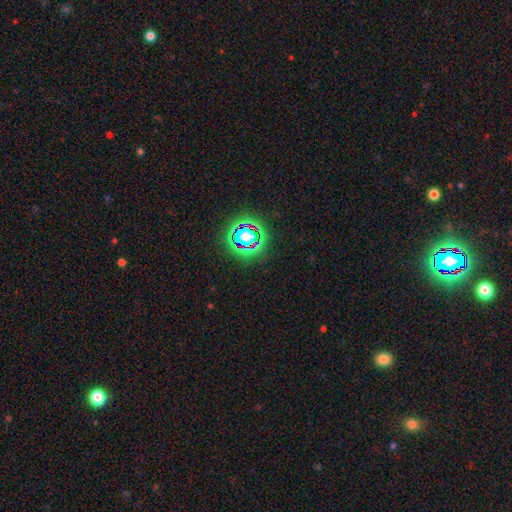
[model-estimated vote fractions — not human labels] A star or artifact, not a galaxy (80%).

Vote fractions:
- Smooth or featured? star or artifact: 80% / smooth: 13% / featured or disk: 7%